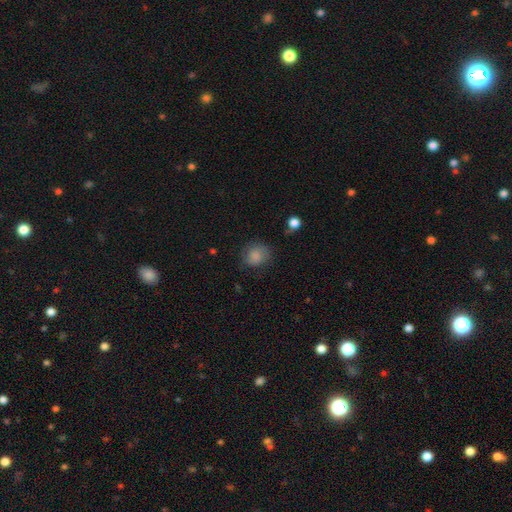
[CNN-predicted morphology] This is clearly a smooth galaxy (83%). How rounded: likely round (75%). Merging: likely none (70%).